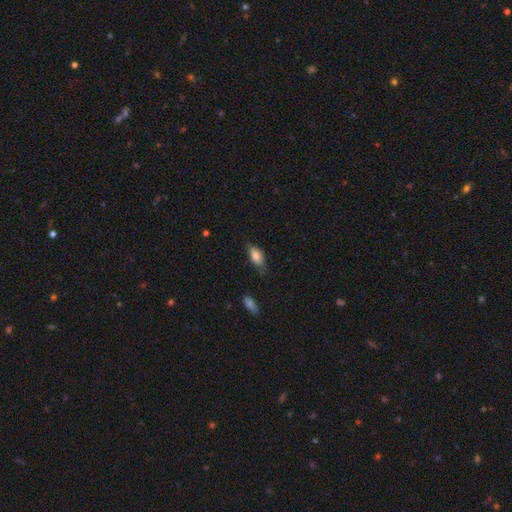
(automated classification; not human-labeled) Overall: smooth (79%). How rounded: in between (87%). Merging: none (63%; minor disturbance 29%).